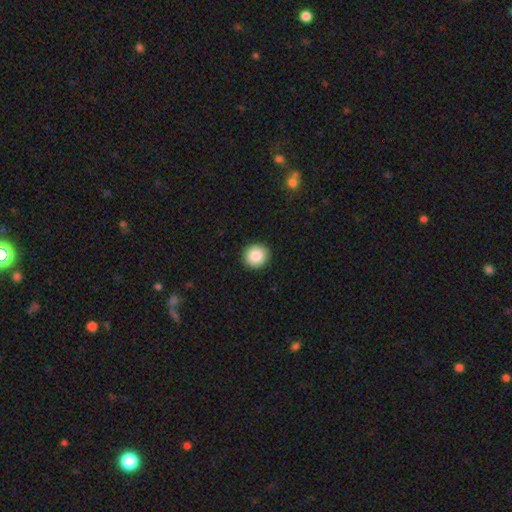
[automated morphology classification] A smooth galaxy with no disk features (86%) that is round (93%). Merging: none (92%).